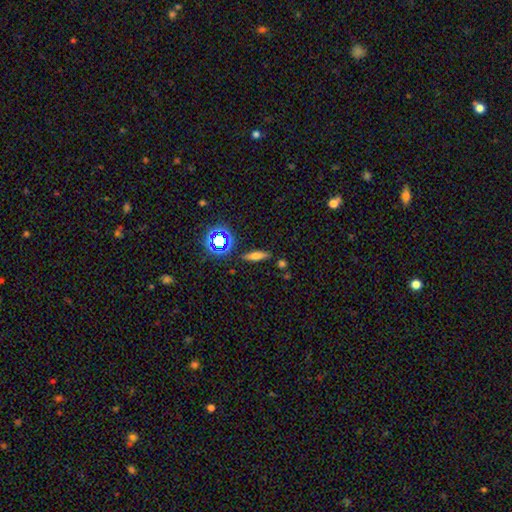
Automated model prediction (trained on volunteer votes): smooth 62%, featured or disk 21%, star or artifact 17%. Down the decision tree: how rounded — cigar-shaped (59%); merging — none (83%).